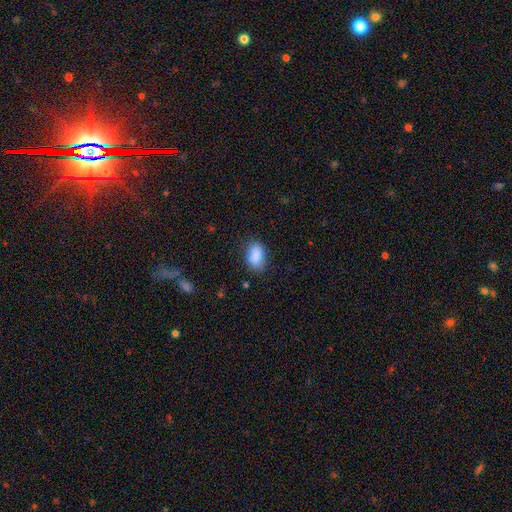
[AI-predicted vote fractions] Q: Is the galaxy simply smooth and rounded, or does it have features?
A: smooth — 89%.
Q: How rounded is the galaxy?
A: in between — 88%.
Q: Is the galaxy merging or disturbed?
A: none — 80%.